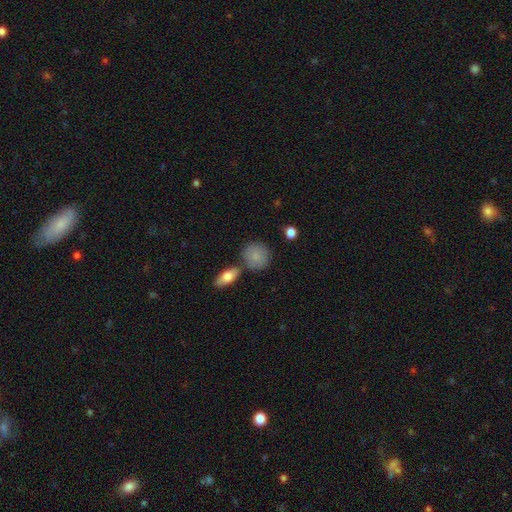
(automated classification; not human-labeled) This is clearly a smooth galaxy (84%). How rounded: clearly round (81%). Merging: likely none (70%).